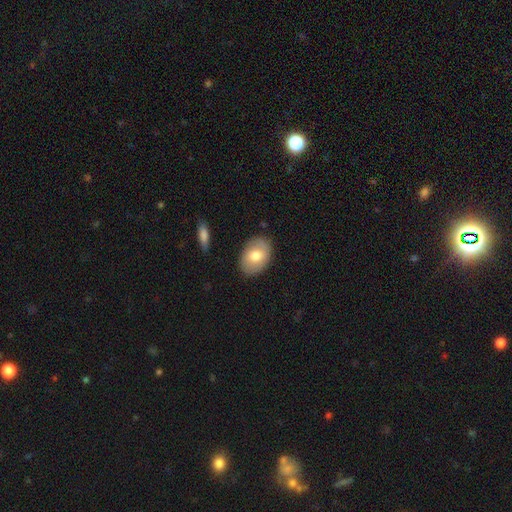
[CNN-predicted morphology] Q: Smooth or featured?
A: smooth (71%); runner-up: featured or disk (23%)
Q: How rounded?
A: in between (83%); runner-up: round (16%)
Q: Merging?
A: none (84%); runner-up: minor disturbance (12%)